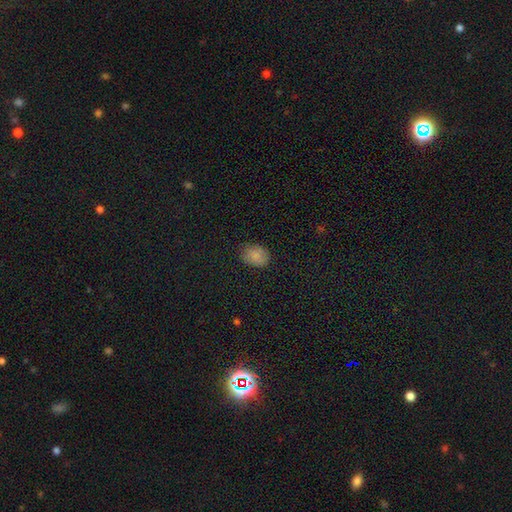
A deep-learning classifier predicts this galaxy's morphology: A smooth galaxy with no disk features (85%) that is in between round and cigar-shaped (62%).

Vote fractions:
- Smooth or featured? smooth: 85% / star or artifact: 10% / featured or disk: 5%
- How rounded? in between: 62% / round: 37% / cigar-shaped: 1%
- Merging? none: 84% / minor disturbance: 12% / major disturbance: 3% / merger: 1%